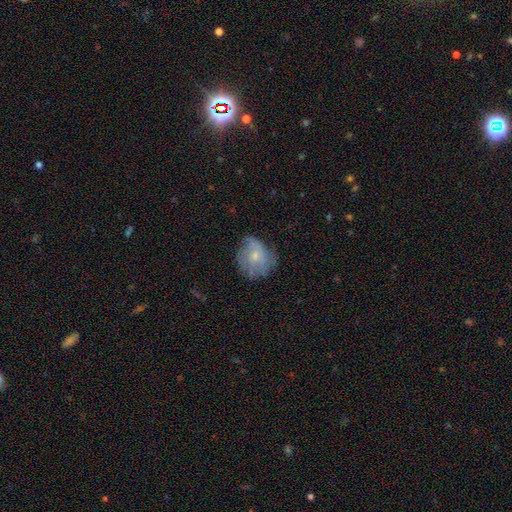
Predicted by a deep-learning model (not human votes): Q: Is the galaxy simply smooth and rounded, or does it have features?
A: smooth — 47%.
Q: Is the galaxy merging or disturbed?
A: none — 59%.